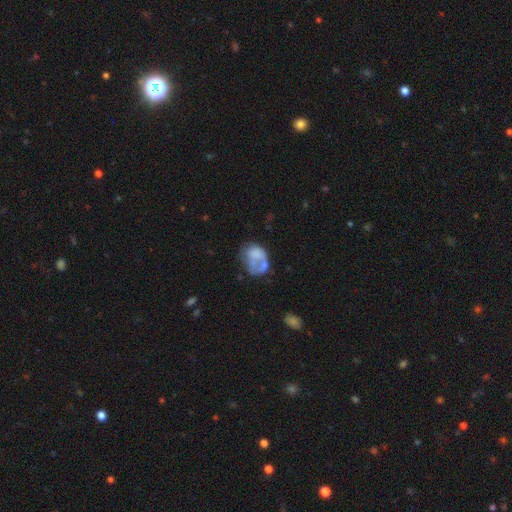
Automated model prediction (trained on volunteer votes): smooth-or-featured: smooth: 53% | featured or disk: 37% | star or artifact: 10%
  how-rounded: in between: 63% | round: 35% | cigar-shaped: 1%
  merging: major disturbance: 30% | none: 28% | minor disturbance: 21% | merger: 21%